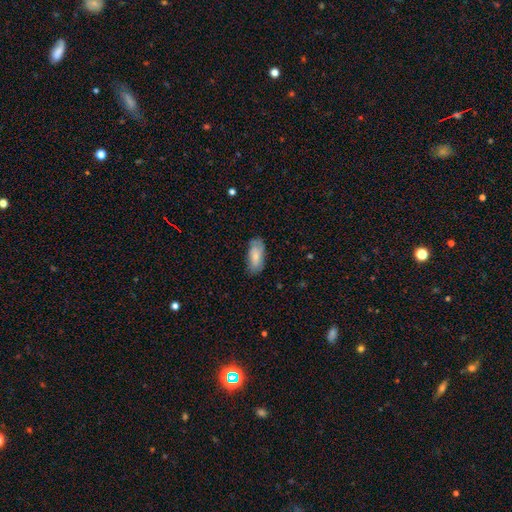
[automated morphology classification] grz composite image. It shows a smooth galaxy with no disk features (74%) that is in between round and cigar-shaped (88%). Merging: none (72%).